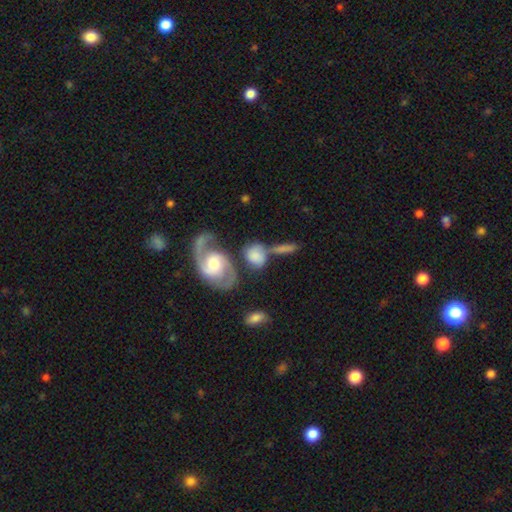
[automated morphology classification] Smooth or featured? smooth (58%)
How rounded? in between (50%)
Merging? merger (38%)